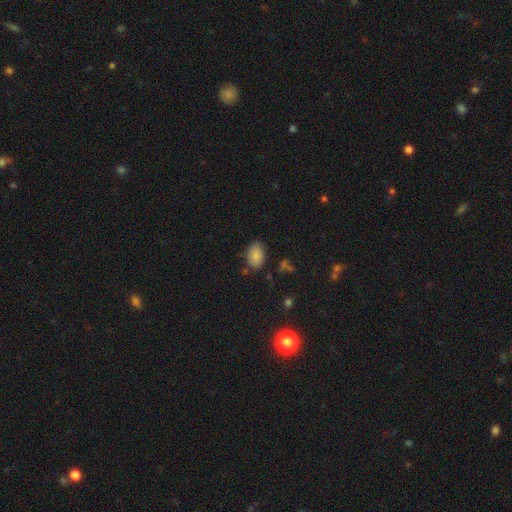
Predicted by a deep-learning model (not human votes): This appears to be a smooth galaxy with no disk features (86%) that is in between round and cigar-shaped (88%). Merging: none (77%).